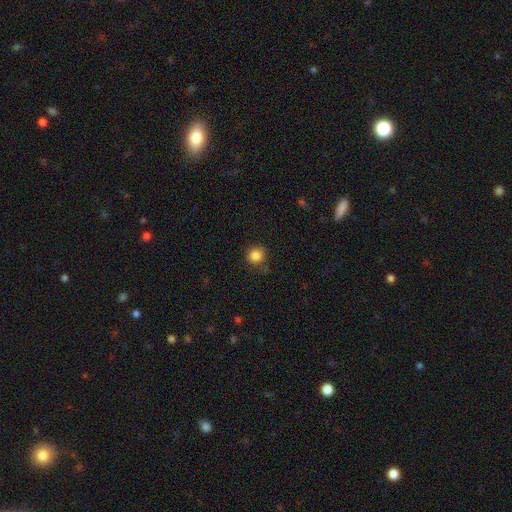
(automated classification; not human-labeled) This appears to be a smooth galaxy with no disk features (85%) that is round (87%). Merging: none (79%).